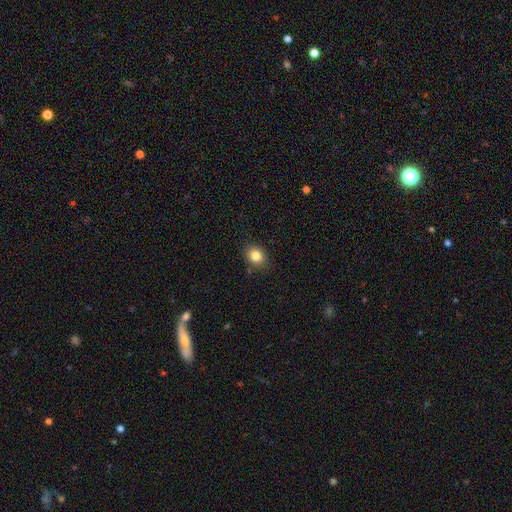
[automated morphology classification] smooth-or-featured: smooth: 83% | star or artifact: 10% | featured or disk: 7%
  how-rounded: round: 57% | in between: 42% | cigar-shaped: 1%
  merging: none: 85% | minor disturbance: 11% | major disturbance: 2% | merger: 2%